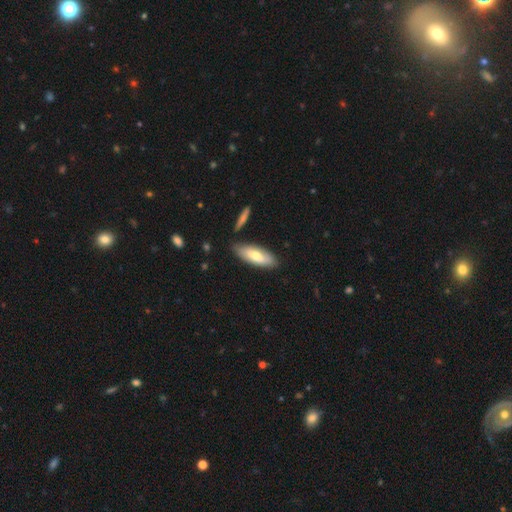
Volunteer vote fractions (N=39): Smooth or featured: smooth — 67% (featured or disk — 31%)
How rounded: in between — 77% (cigar-shaped — 19%)
Merging: none — 74% (merger — 13%)